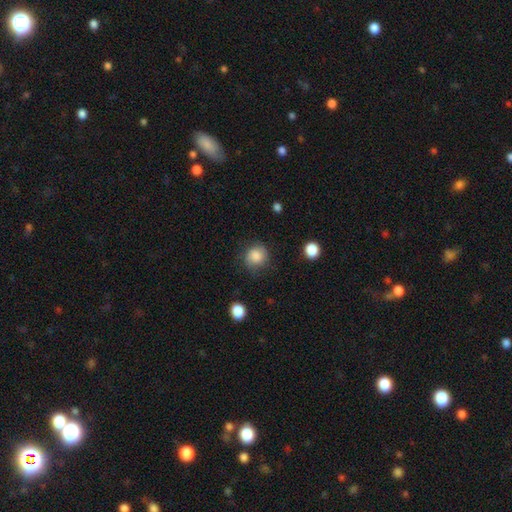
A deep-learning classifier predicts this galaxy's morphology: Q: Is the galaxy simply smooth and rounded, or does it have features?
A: smooth — 84%.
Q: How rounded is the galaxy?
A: round — 83%.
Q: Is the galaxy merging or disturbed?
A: none — 76%.